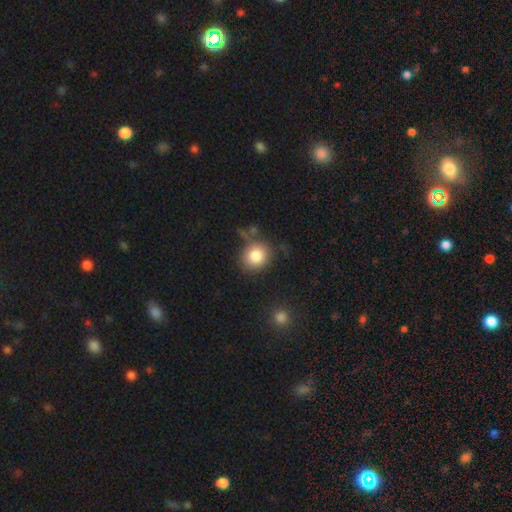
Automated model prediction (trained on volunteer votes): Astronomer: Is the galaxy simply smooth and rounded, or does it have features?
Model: smooth — 83%.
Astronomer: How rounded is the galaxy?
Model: round — 81%.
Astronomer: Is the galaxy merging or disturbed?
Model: none — 71%.